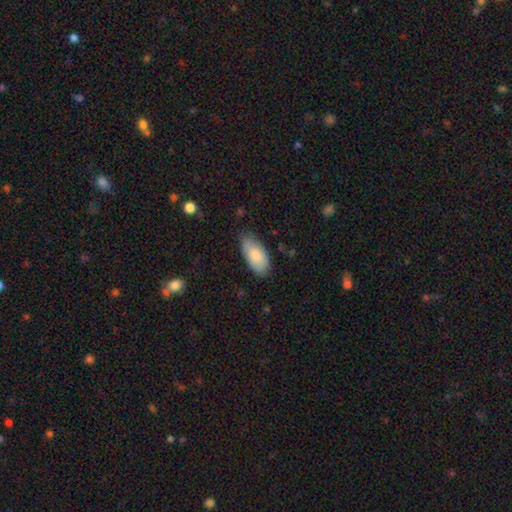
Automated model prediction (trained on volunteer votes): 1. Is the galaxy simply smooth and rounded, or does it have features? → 82% smooth, 12% featured or disk, 6% star or artifact.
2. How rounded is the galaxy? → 94% in between, 4% cigar-shaped, 2% round.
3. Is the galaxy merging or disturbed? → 76% none, 19% minor disturbance, 3% major disturbance, 1% merger.